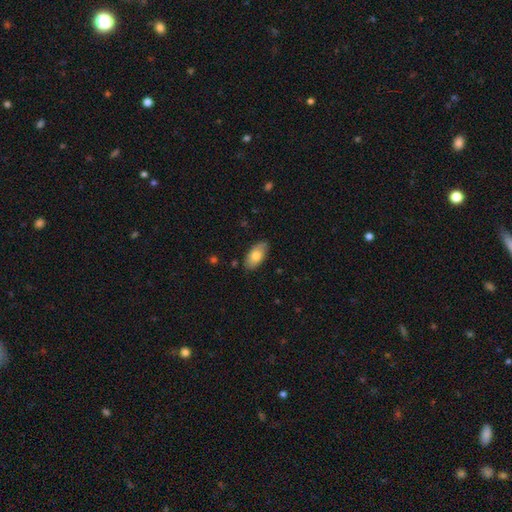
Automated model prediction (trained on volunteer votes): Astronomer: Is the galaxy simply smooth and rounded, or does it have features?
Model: smooth — 77%.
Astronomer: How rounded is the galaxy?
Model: in between — 93%.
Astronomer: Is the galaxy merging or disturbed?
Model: none — 82%.